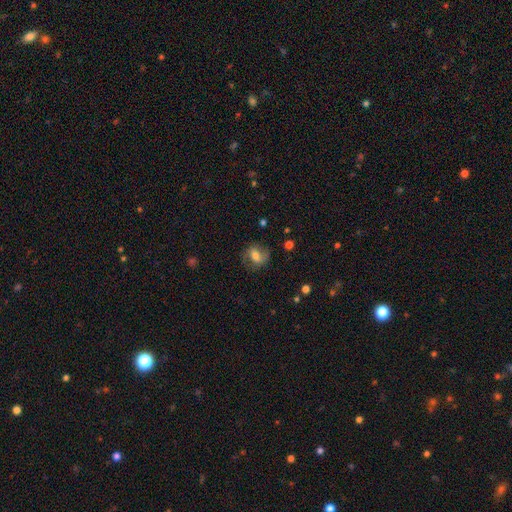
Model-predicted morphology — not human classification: smooth_or_featured: smooth (p=0.49) [alt: featured or disk p=0.40]
merging: none (p=0.68) [alt: minor disturbance p=0.20]